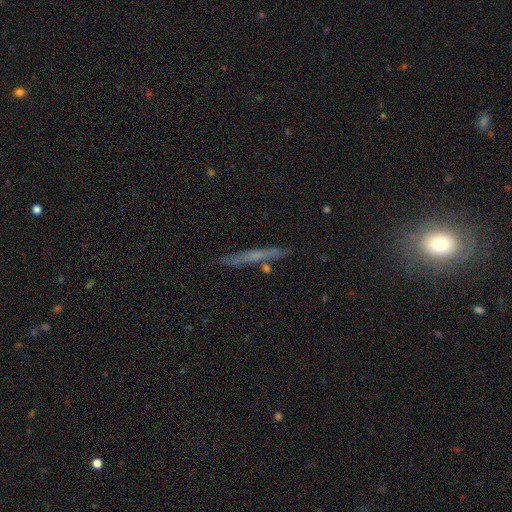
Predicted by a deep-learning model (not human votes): The model was most divided on "smooth or featured" (2-way tie): featured or disk: 45%, smooth: 45%, star or artifact: 9%. More confident: merging — none (83%).